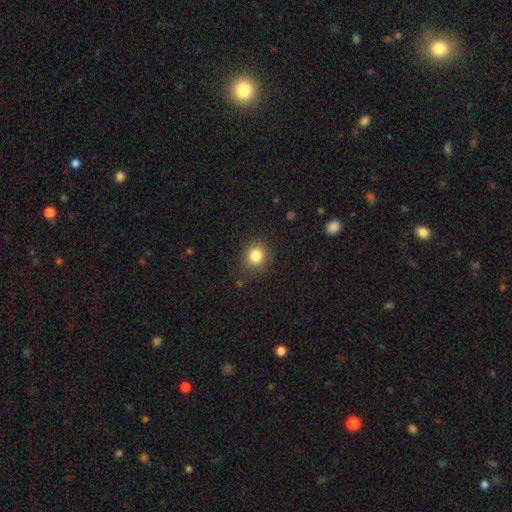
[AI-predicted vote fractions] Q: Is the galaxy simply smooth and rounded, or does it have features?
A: smooth — 83%.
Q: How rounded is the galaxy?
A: round — 81%.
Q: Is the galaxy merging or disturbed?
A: none — 85%.